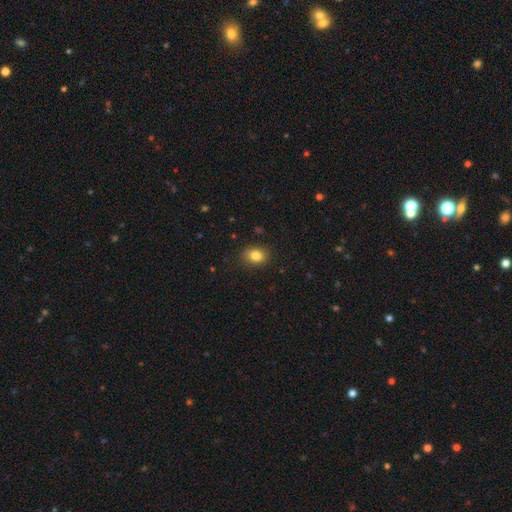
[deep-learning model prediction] smooth_or_featured: smooth (p=0.83) [alt: star or artifact p=0.10]
how_rounded: in between (p=0.64) [alt: round p=0.35]
merging: none (p=0.86) [alt: minor disturbance p=0.10]